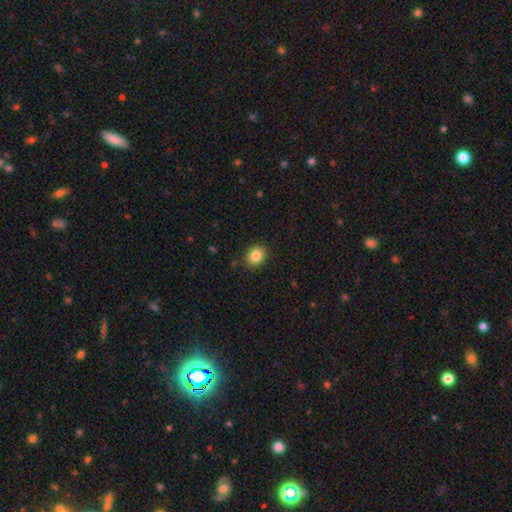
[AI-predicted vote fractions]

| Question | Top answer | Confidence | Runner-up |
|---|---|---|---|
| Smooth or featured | smooth | 85% | star or artifact (10%) |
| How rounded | round | 61% | in between (38%) |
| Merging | none | 88% | minor disturbance (8%) |